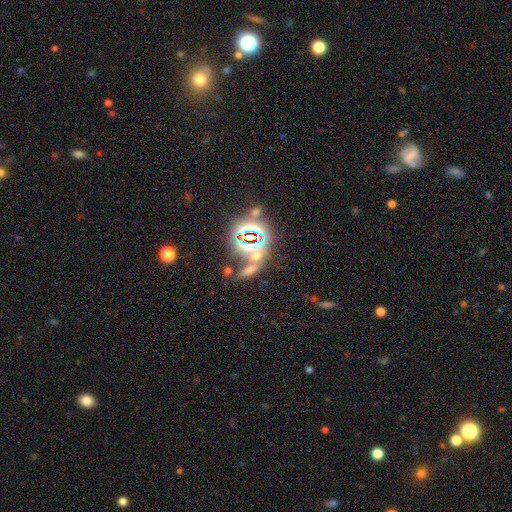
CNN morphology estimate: Smooth or featured? Predicted: star or artifact (p=0.55).